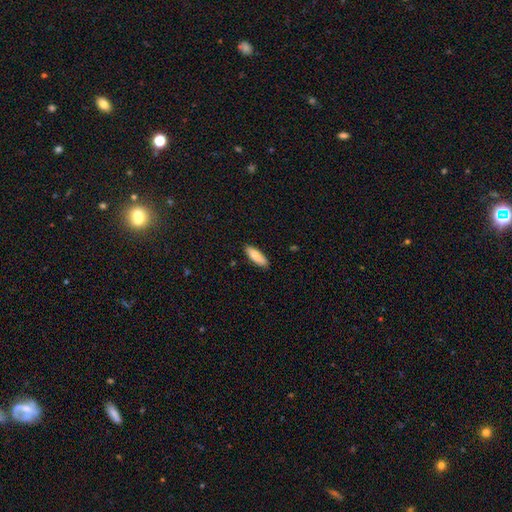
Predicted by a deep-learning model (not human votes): Smooth or featured?
  - smooth: 86% *
  - featured or disk: 9%
  - star or artifact: 6%
How rounded?
  - in between: 56% *
  - cigar-shaped: 42%
  - round: 2%
Merging?
  - none: 87% *
  - minor disturbance: 10%
  - major disturbance: 2%
  - merger: 1%